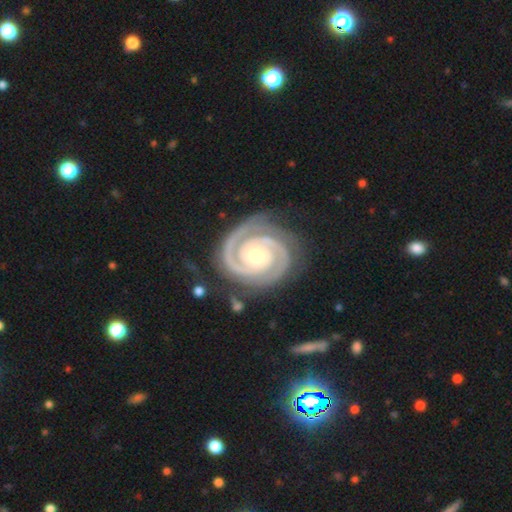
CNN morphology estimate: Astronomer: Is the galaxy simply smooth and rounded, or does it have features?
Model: featured or disk — 94%.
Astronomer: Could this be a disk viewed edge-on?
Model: no — 98%.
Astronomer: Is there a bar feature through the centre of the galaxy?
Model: no — 70%.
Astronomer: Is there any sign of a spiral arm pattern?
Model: yes — 99%.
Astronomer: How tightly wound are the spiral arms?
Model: tight — 83%.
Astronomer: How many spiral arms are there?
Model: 2 — 90%.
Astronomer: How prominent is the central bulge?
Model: moderate — 56% (runner-up: small, 38%).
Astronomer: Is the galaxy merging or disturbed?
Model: none — 83%.